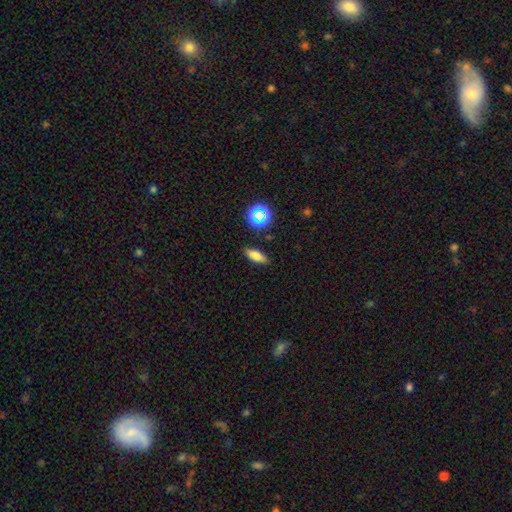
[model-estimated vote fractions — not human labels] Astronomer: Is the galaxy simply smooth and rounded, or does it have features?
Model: smooth — 74%.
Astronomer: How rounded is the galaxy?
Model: in between — 70%.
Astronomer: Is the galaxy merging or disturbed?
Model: none — 85%.